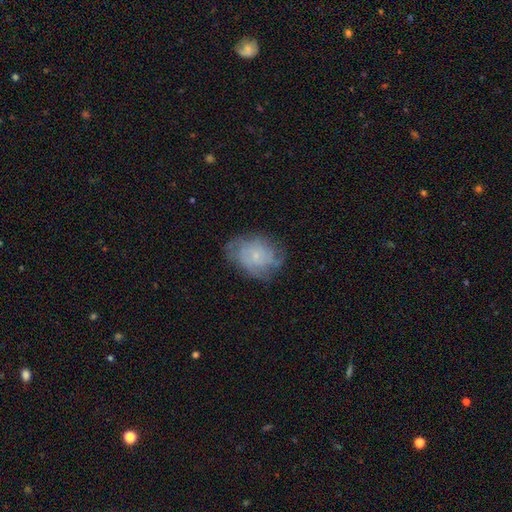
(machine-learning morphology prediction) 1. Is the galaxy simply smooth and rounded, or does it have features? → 61% featured or disk, 30% smooth, 9% star or artifact.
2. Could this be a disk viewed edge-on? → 97% no, 3% yes.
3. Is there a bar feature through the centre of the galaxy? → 80% no, 18% weak, 2% strong.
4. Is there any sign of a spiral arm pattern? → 82% yes, 18% no.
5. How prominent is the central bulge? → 78% small, 12% moderate, 8% none, 1% large, 1% dominant.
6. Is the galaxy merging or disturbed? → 65% none, 23% minor disturbance, 11% major disturbance, 1% merger.